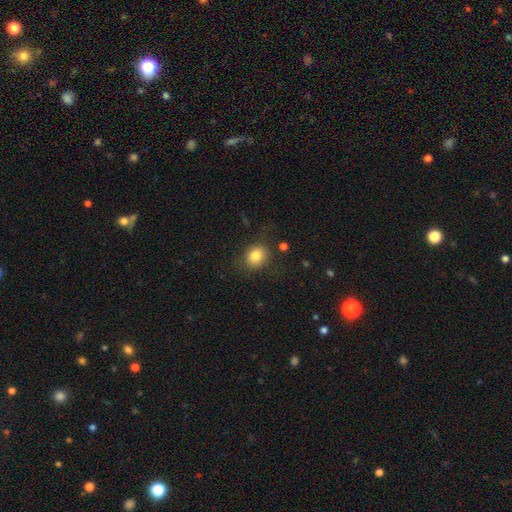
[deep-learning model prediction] A smooth galaxy with no disk features (82%) that is round (67%).

Vote fractions:
- Smooth or featured? smooth: 82% / star or artifact: 10% / featured or disk: 8%
- How rounded? round: 67% / in between: 32% / cigar-shaped: 1%
- Merging? none: 81% / minor disturbance: 12% / major disturbance: 5% / merger: 2%